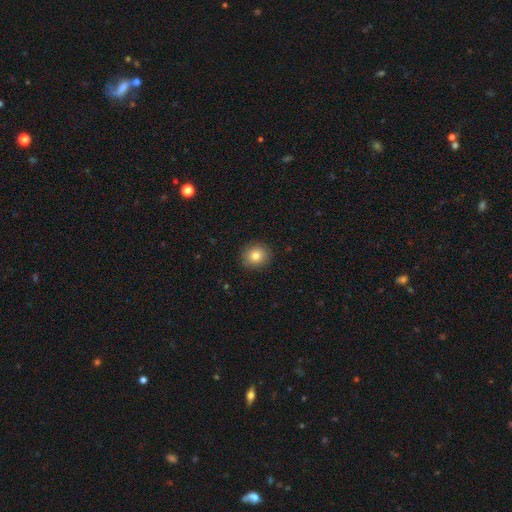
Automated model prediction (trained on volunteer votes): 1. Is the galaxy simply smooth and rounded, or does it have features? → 82% smooth, 10% star or artifact, 8% featured or disk.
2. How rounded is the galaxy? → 79% round, 20% in between, 1% cigar-shaped.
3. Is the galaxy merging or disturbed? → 90% none, 7% minor disturbance, 2% major disturbance, 1% merger.